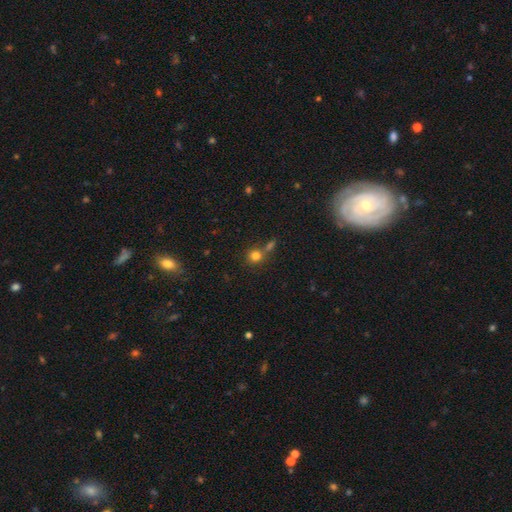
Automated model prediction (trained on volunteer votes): Morphology: type=smooth (78%); roundness=round (87%); merging=none (58%).